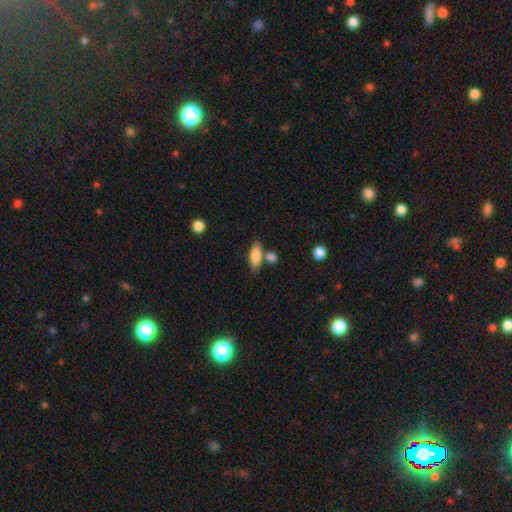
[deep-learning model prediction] Morphology: type=smooth (81%); roundness=in between (70%); merging=none (64%).